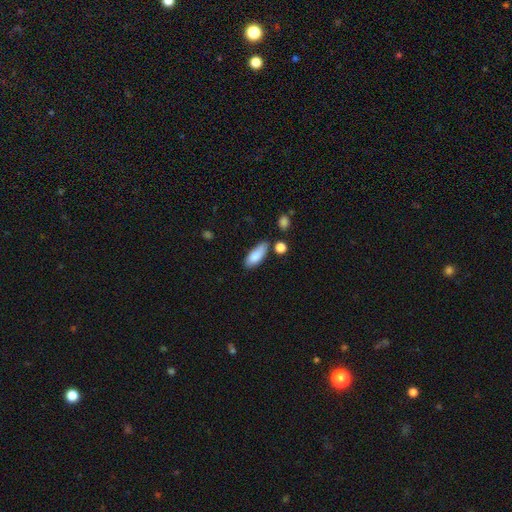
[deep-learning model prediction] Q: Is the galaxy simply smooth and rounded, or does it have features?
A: smooth — 85%.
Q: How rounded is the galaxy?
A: in between — 76%.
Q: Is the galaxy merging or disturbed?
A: none — 63%.